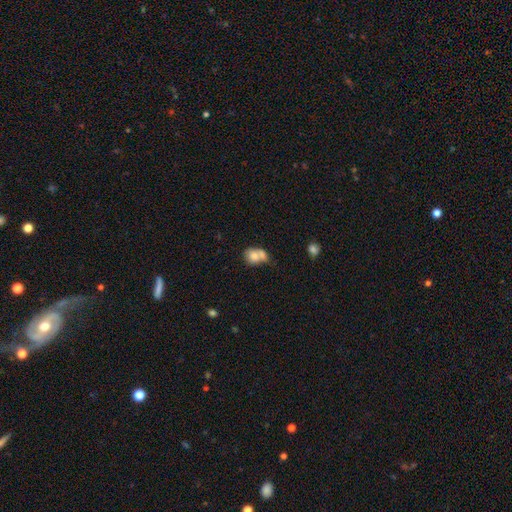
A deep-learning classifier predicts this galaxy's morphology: smooth-or-featured: smooth: 73% | featured or disk: 18% | star or artifact: 9%
  how-rounded: round: 52% | in between: 47% | cigar-shaped: 1%
  merging: merger: 57% | none: 25% | minor disturbance: 12% | major disturbance: 6%